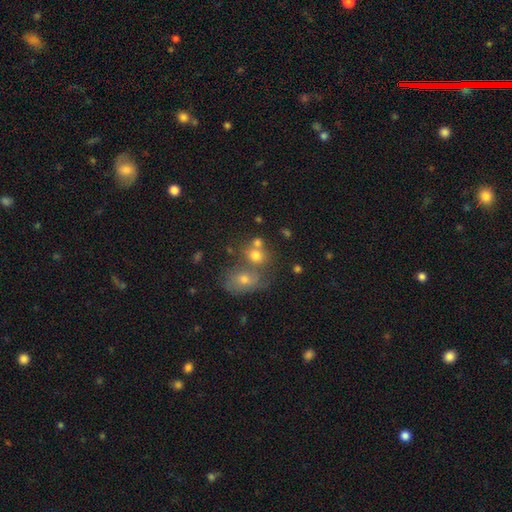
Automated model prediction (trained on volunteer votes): A smooth galaxy with no disk features (69%) that is round (59%).

Vote fractions:
- Smooth or featured? smooth: 69% / featured or disk: 17% / star or artifact: 14%
- How rounded? round: 59% / in between: 40% / cigar-shaped: 1%
- Merging? merger: 52% / none: 34% / minor disturbance: 9% / major disturbance: 5%